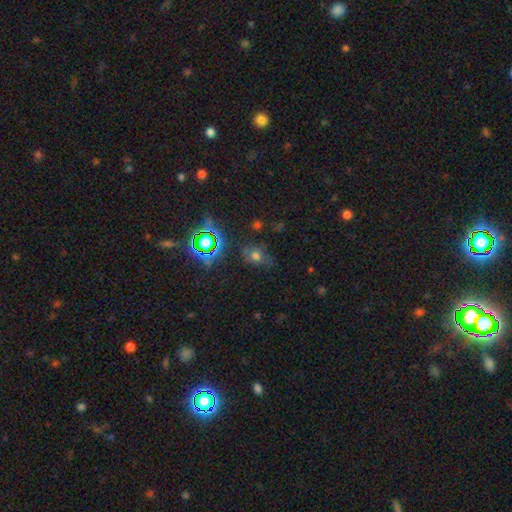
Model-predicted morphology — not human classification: A smooth galaxy with no disk features (57%) that is in between round and cigar-shaped (61%). Merging: none (65%).